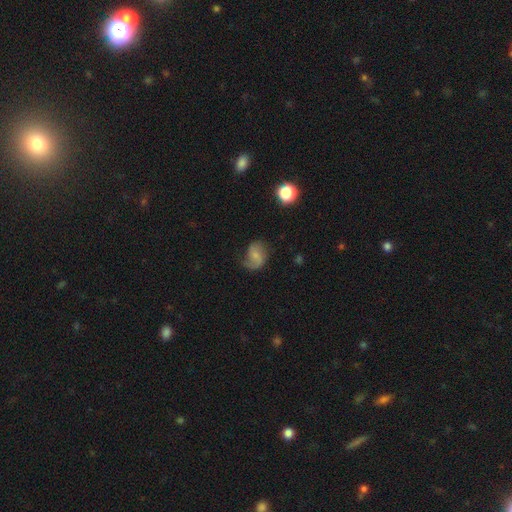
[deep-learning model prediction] Smooth or featured? Predicted: featured or disk (p=0.52). Edge-on disk? Predicted: no (p=0.97). Bar? Predicted: no (p=0.49). Spiral arms? Predicted: yes (p=0.87). Bulge size? Predicted: small (p=0.48). Merging? Predicted: none (p=0.52).